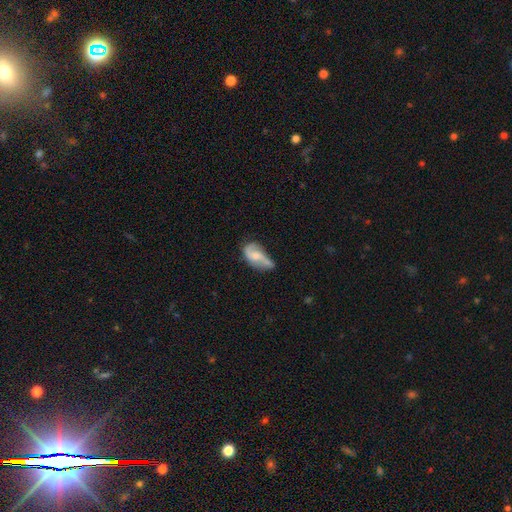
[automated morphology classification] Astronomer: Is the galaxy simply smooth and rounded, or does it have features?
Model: featured or disk — 55% (runner-up: smooth, 38%).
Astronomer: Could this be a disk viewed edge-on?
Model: no — 94%.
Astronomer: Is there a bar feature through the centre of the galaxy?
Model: no — 60%.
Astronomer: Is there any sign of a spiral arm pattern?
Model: yes — 76%.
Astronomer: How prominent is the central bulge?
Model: moderate — 34% (runner-up: small, 32%).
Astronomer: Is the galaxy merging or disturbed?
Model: minor disturbance — 33% (runner-up: none, 30%).